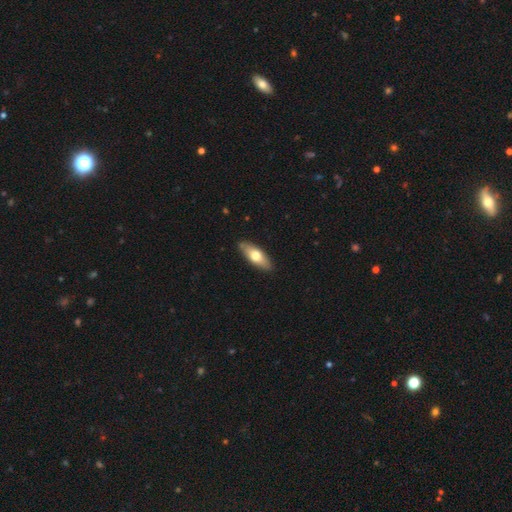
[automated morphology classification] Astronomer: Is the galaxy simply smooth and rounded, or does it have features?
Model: smooth — 63%.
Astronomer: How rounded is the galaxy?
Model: in between — 66%.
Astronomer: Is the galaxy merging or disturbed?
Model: none — 88%.